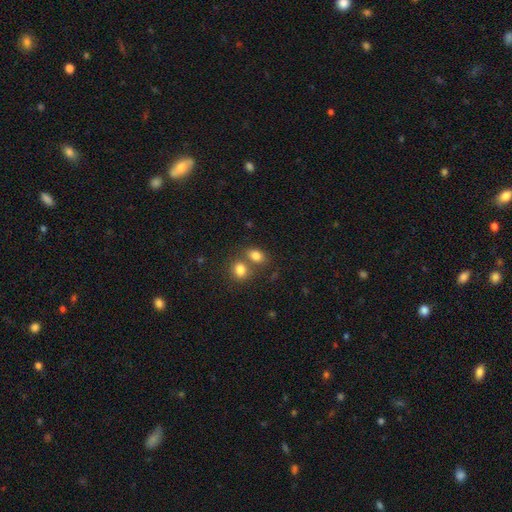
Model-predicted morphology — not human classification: smooth 82%, star or artifact 10%, featured or disk 8%. Down the decision tree: how rounded — in between (77%); merging — none (44%).